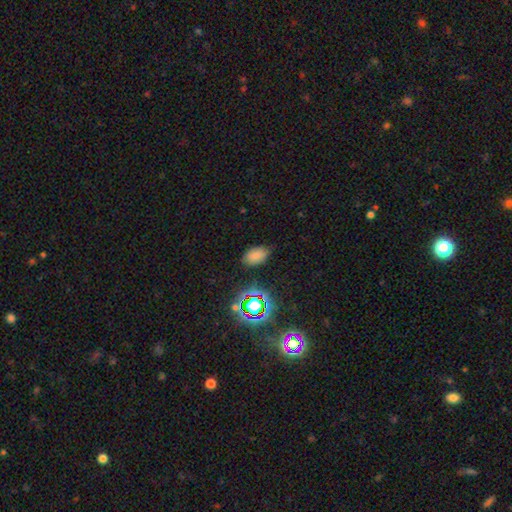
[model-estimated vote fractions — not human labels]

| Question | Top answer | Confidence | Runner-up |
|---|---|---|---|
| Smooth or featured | smooth | 72% | star or artifact (20%) |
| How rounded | in between | 89% | round (10%) |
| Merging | none | 76% | minor disturbance (18%) |